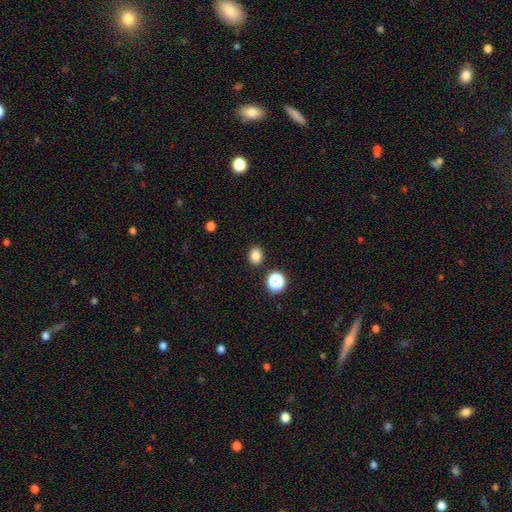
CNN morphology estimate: A smooth galaxy with no disk features (83%) that is round (51%).

Vote fractions:
- Smooth or featured? smooth: 83% / star or artifact: 13% / featured or disk: 4%
- How rounded? round: 51% / in between: 48% / cigar-shaped: 1%
- Merging? none: 88% / minor disturbance: 7% / merger: 3% / major disturbance: 2%